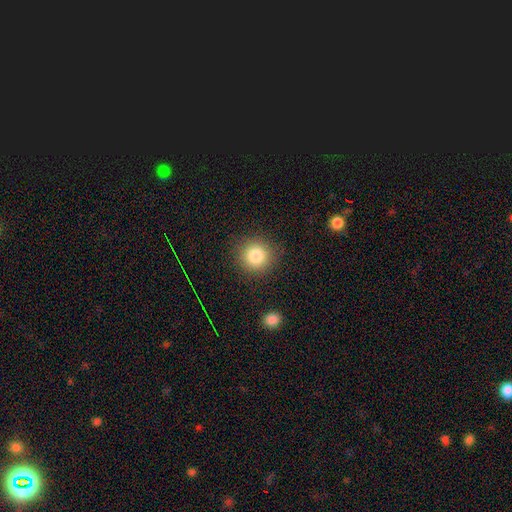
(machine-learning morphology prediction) Smooth or featured? Predicted: smooth (p=0.84). How rounded? Predicted: round (p=0.91). Merging? Predicted: none (p=0.89).